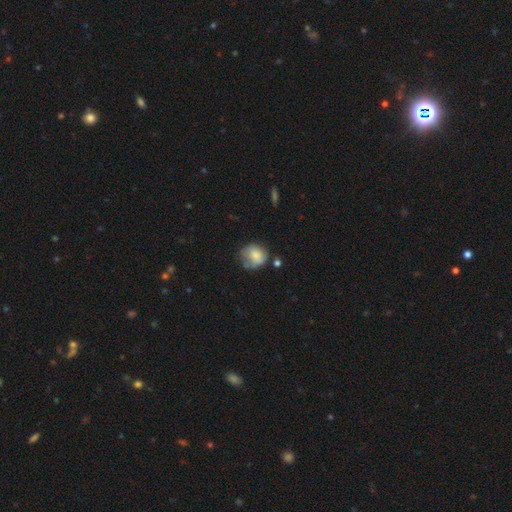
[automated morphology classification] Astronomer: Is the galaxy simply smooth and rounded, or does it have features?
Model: smooth — 75%.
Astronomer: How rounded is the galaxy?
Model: round — 71%.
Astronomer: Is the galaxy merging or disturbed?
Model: none — 44% (runner-up: minor disturbance, 31%).